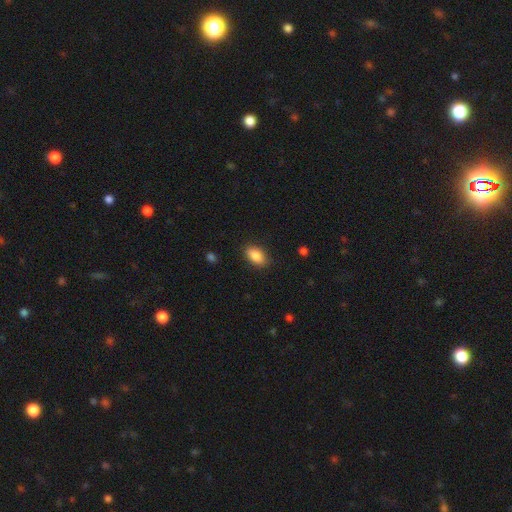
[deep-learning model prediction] Smooth or featured? smooth (87%)
How rounded? in between (91%)
Merging? none (85%)